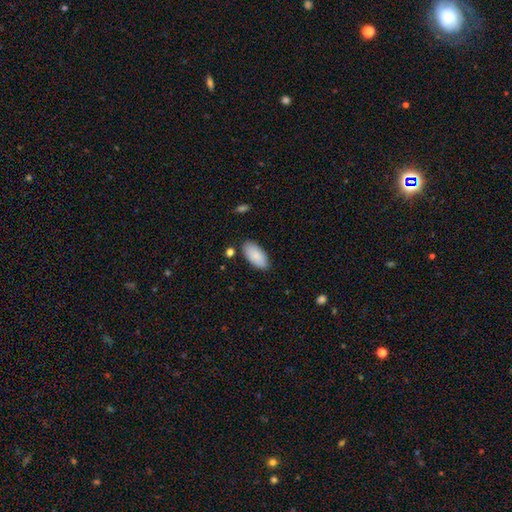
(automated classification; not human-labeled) Smooth or featured? Predicted: smooth (p=0.88). How rounded? Predicted: in between (p=0.94). Merging? Predicted: none (p=0.84).